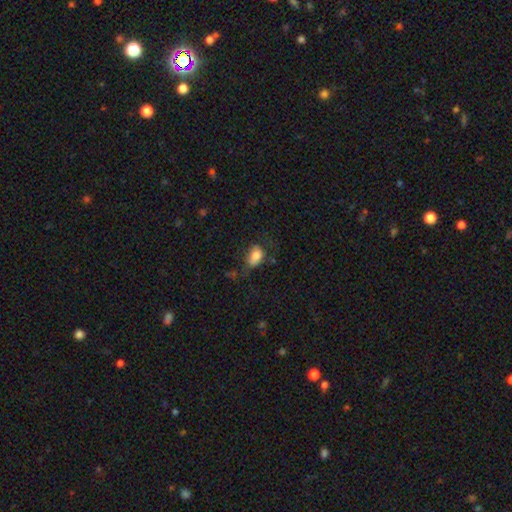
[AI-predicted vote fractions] smooth 81%, featured or disk 10%, star or artifact 9%. Down the decision tree: how rounded — in between (85%); merging — none (47%).